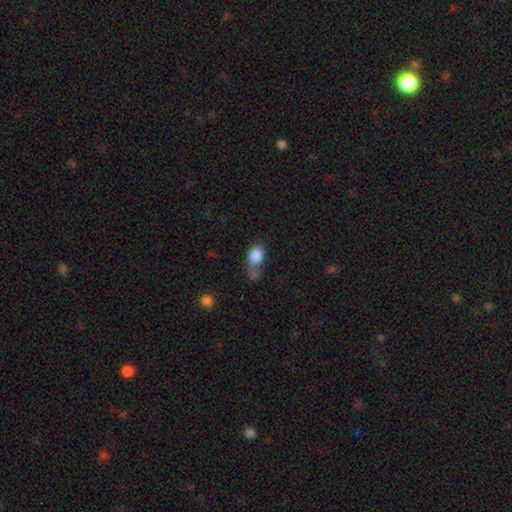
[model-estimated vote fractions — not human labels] The model was most divided on "merging": major disturbance: 28%, none: 26%, minor disturbance: 24%, merger: 22%. More confident: smooth or featured — smooth (82%); how rounded — in between (60%).